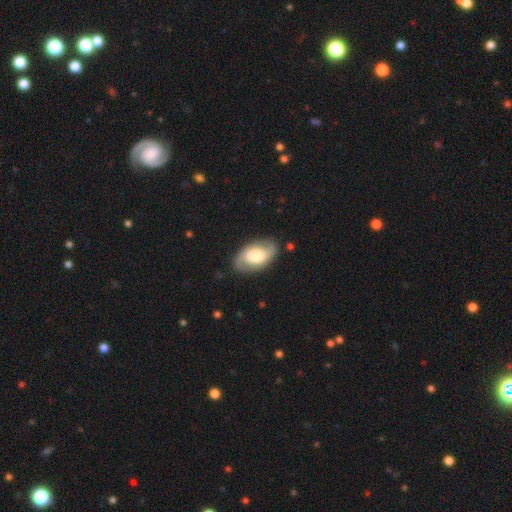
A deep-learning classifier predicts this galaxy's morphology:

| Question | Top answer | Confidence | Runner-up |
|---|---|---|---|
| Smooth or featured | featured or disk | 65% | smooth (29%) |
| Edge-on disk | no | 95% | yes (5%) |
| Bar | no | 53% | weak (35%) |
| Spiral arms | yes | 85% | no (15%) |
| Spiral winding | medium | 45% | loose (31%) |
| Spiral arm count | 2 | 90% | can't tell (5%) |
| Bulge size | moderate | 41% | large (40%) |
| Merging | none | 82% | minor disturbance (12%) |